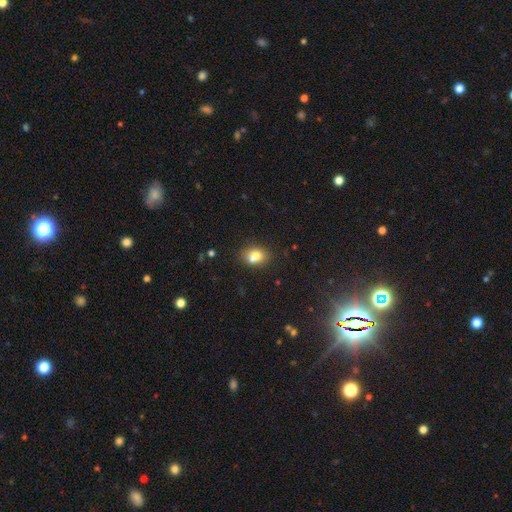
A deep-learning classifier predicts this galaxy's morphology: A smooth galaxy with no disk features (74%) that is in between round and cigar-shaped (58%). Merging: none (52%).